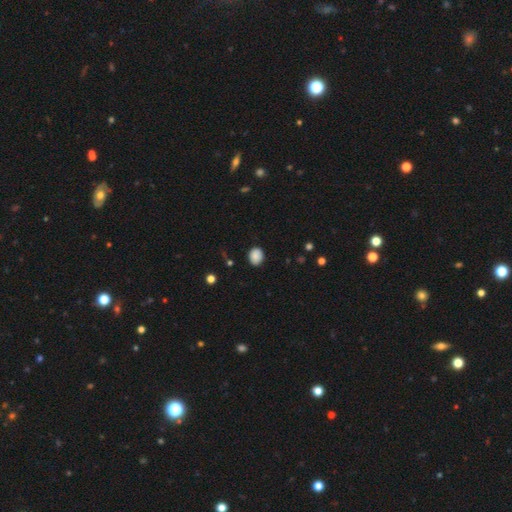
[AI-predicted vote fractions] smooth_or_featured: smooth (p=0.87) [alt: star or artifact p=0.09]
how_rounded: round (p=0.58) [alt: in between p=0.41]
merging: none (p=0.84) [alt: minor disturbance p=0.12]